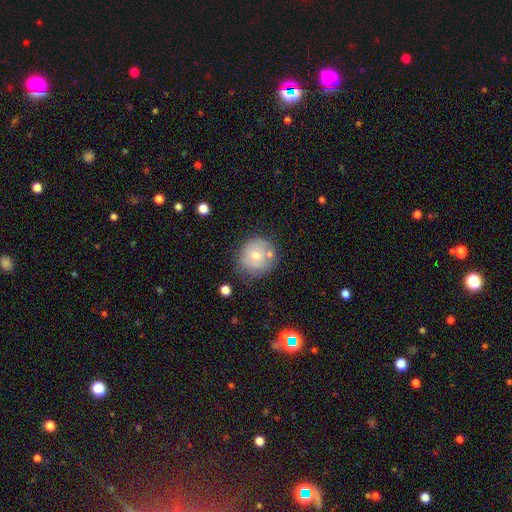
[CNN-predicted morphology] This appears to be a smooth galaxy with no disk features (63%) that is round (88%). Merging: none (59%).